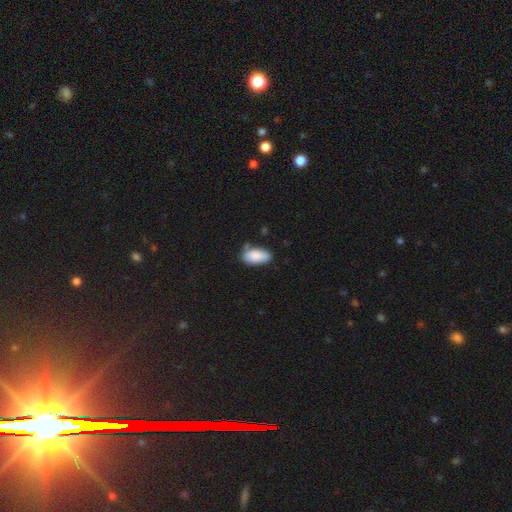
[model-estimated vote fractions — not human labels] This is clearly a smooth galaxy (87%). How rounded: clearly in between (92%). Merging: possibly none (60%).